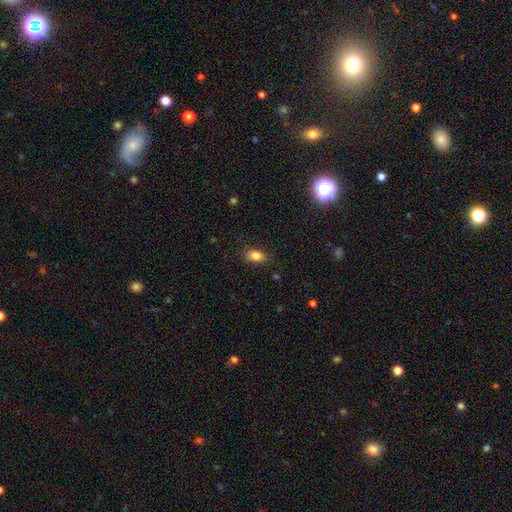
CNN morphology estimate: Smooth or featured?
  - smooth: 83% *
  - star or artifact: 10%
  - featured or disk: 7%
How rounded?
  - in between: 84% *
  - round: 13%
  - cigar-shaped: 2%
Merging?
  - none: 83% *
  - minor disturbance: 13%
  - major disturbance: 3%
  - merger: 1%